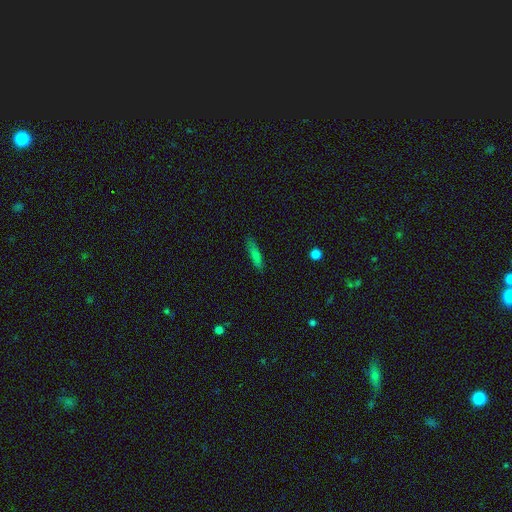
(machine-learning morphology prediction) Smooth or featured? smooth (76%)
How rounded? cigar-shaped (79%)
Merging? none (82%)